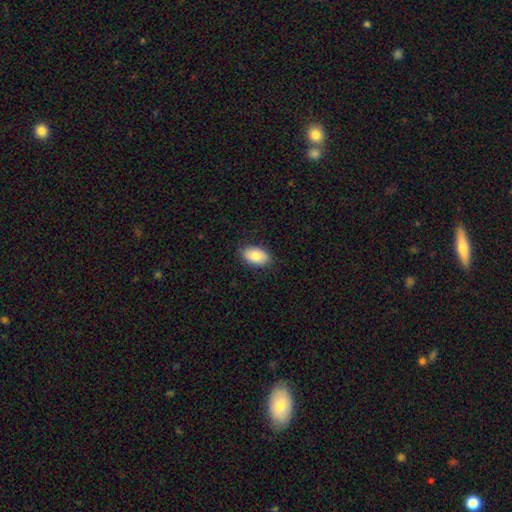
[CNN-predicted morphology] Overall: smooth (81%). How rounded: in between (91%). Merging: none (85%).